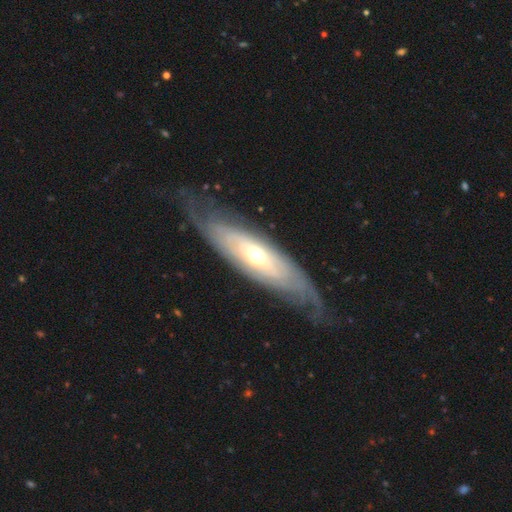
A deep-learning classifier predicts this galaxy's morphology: smooth-or-featured: featured or disk: 76% | smooth: 18% | star or artifact: 5%
  disk-edge-on: no: 74% | yes: 26%
    bar: no: 77% | weak: 16% | strong: 7%
    has-spiral-arms: yes: 70% | no: 30%
    bulge-size: moderate: 68% | small: 22% | large: 8% | dominant: 1% | none: 1%
  merging: none: 65% | minor disturbance: 20% | major disturbance: 14% | merger: 2%